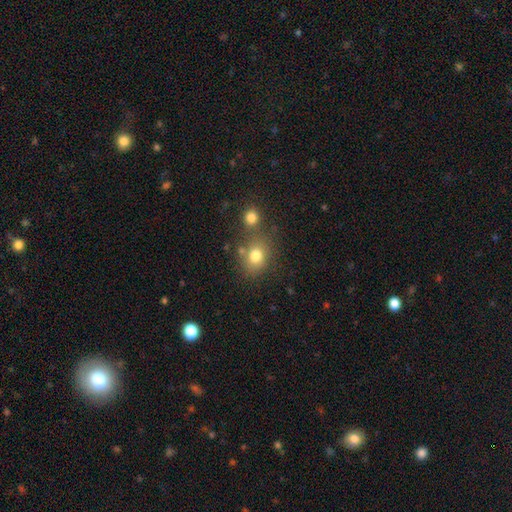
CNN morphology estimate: This appears to be a smooth galaxy with no disk features (79%) that is round (59%). Merging: none (61%).